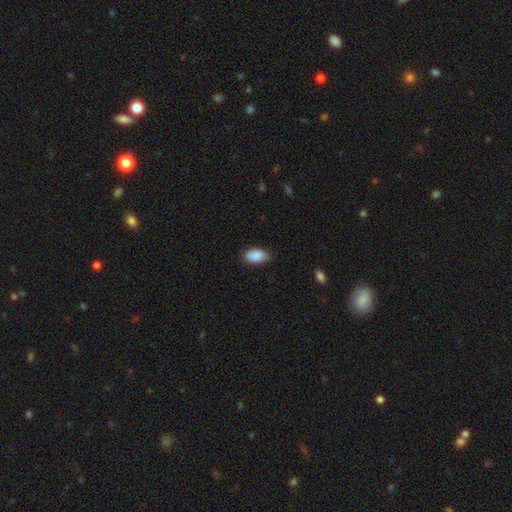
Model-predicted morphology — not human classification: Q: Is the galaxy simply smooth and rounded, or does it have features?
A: smooth — 90%.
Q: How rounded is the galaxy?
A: in between — 94%.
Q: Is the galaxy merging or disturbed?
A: none — 84%.